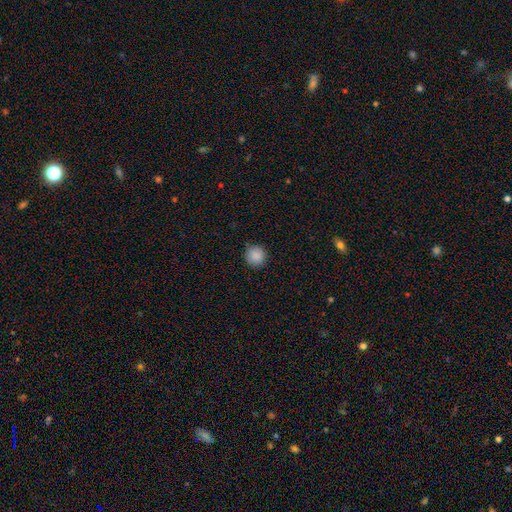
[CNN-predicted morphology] Smooth or featured?
  - smooth: 88% *
  - star or artifact: 9%
  - featured or disk: 3%
How rounded?
  - round: 94% *
  - in between: 5%
  - cigar-shaped: 1%
Merging?
  - none: 90% *
  - minor disturbance: 7%
  - major disturbance: 2%
  - merger: 1%